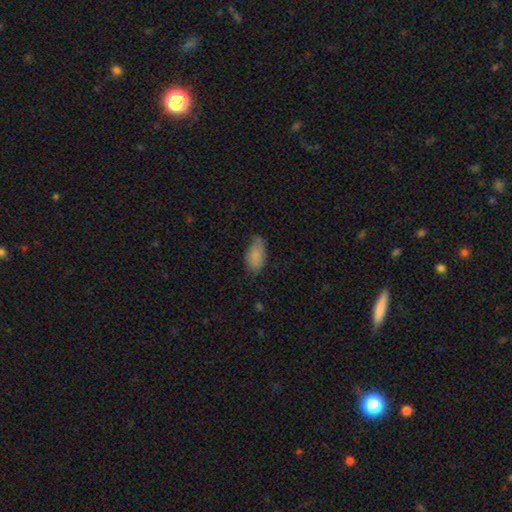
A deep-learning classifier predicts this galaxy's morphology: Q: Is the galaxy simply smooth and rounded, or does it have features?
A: smooth — 79%.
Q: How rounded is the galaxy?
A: in between — 94%.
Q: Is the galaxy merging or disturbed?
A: none — 55%.